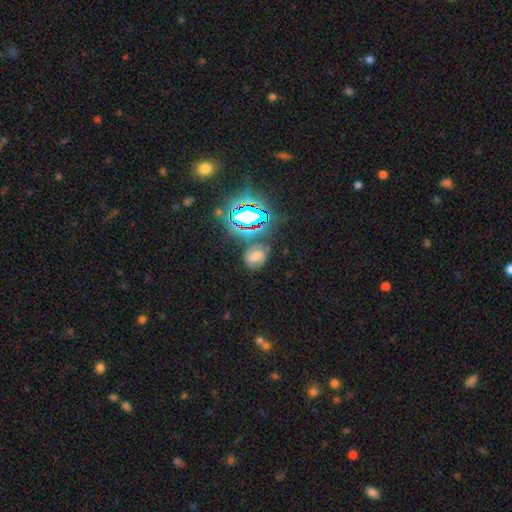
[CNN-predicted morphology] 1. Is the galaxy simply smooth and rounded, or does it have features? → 51% smooth, 31% star or artifact, 18% featured or disk.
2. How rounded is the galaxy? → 56% in between, 43% round, 2% cigar-shaped.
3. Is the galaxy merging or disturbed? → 65% none, 19% minor disturbance, 8% major disturbance, 7% merger.